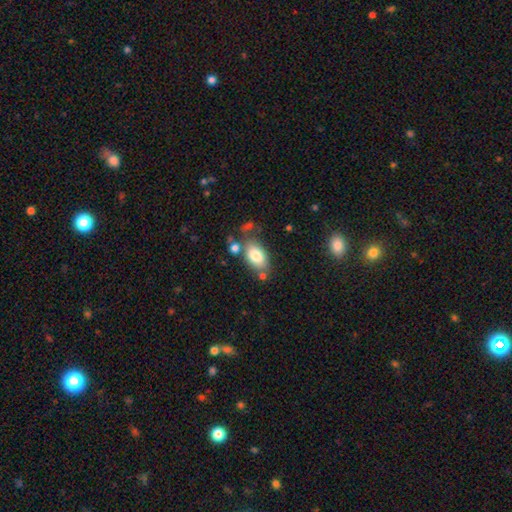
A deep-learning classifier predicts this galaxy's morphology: A smooth galaxy with no disk features (81%) that is in between round and cigar-shaped (92%). Merging: none (67%).